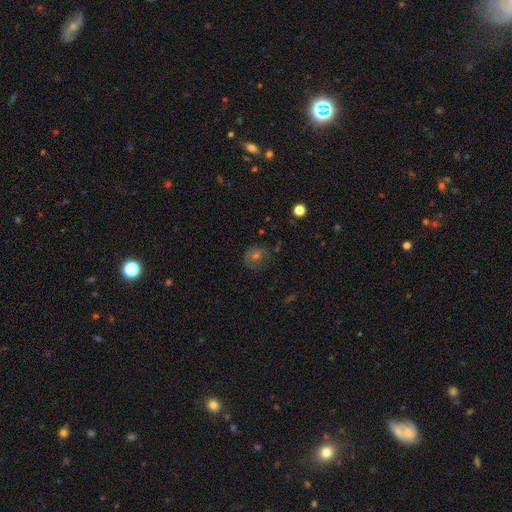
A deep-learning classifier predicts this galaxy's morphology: Q: Smooth or featured?
A: smooth (46%); runner-up: featured or disk (30%)
Q: Merging?
A: none (70%); runner-up: minor disturbance (19%)